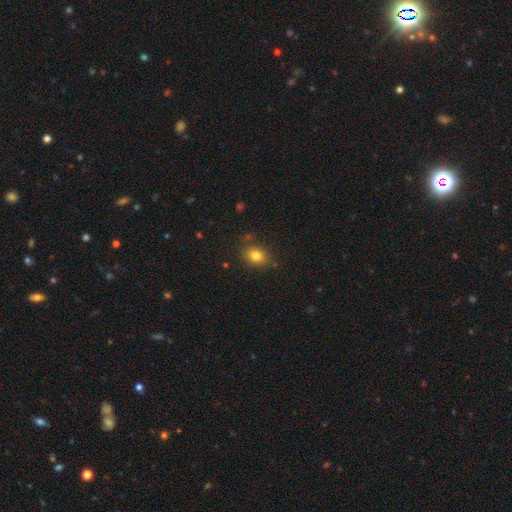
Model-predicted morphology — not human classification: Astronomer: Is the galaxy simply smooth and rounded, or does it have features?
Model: smooth — 80%.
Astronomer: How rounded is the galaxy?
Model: round — 52% (runner-up: in between, 47%).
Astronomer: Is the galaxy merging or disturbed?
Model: none — 78%.